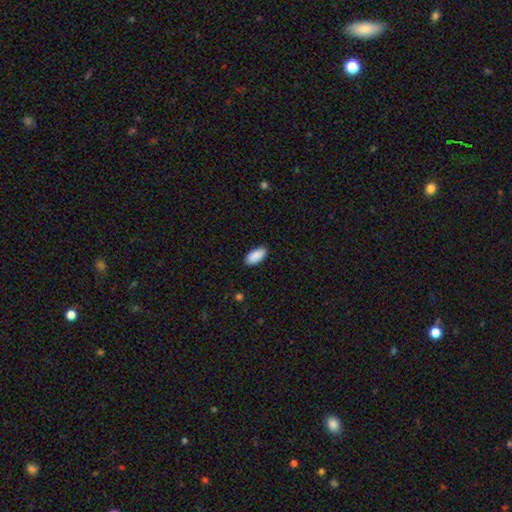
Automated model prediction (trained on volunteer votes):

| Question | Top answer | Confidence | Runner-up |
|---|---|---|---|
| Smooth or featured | smooth | 91% | star or artifact (6%) |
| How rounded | in between | 93% | cigar-shaped (5%) |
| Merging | none | 89% | minor disturbance (8%) |